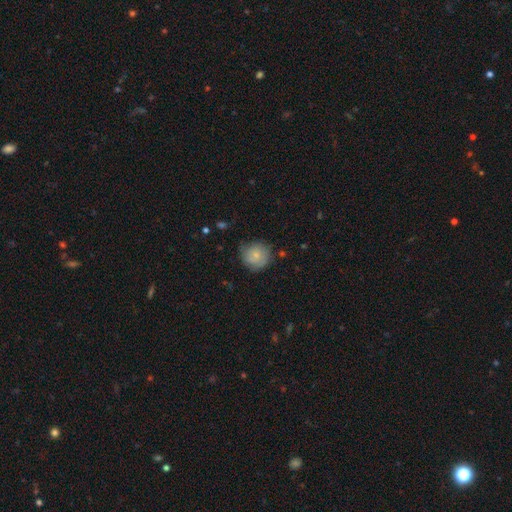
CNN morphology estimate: This appears to be a smooth galaxy with no disk features (78%) that is round (90%). Merging: none (70%).